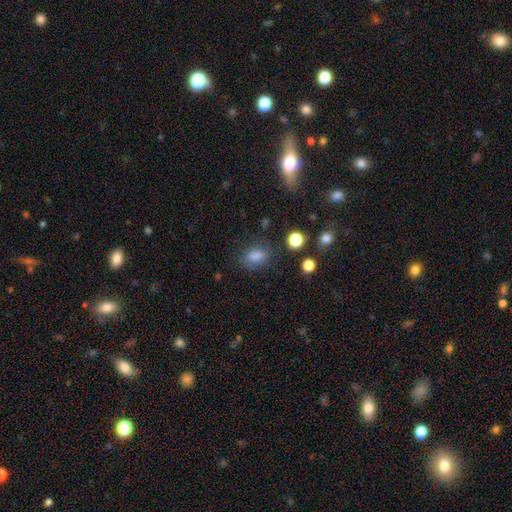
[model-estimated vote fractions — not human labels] A smooth galaxy with no disk features (75%) that is in between round and cigar-shaped (76%).

Vote fractions:
- Smooth or featured? smooth: 75% / star or artifact: 16% / featured or disk: 9%
- How rounded? in between: 76% / round: 21% / cigar-shaped: 3%
- Merging? none: 74% / minor disturbance: 17% / major disturbance: 6% / merger: 3%